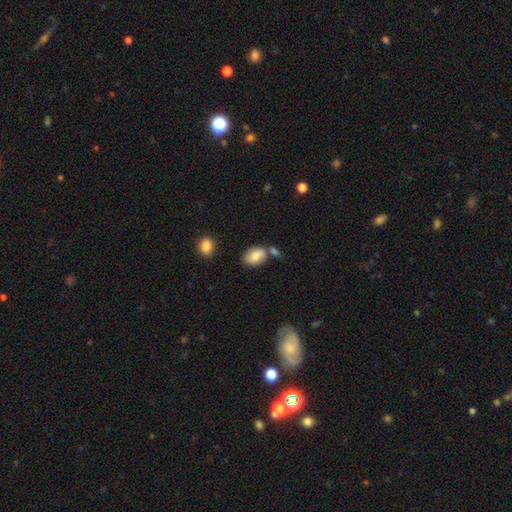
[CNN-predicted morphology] This appears to be a smooth galaxy with no disk features (80%) that is in between round and cigar-shaped (85%). Merging: none (53%).